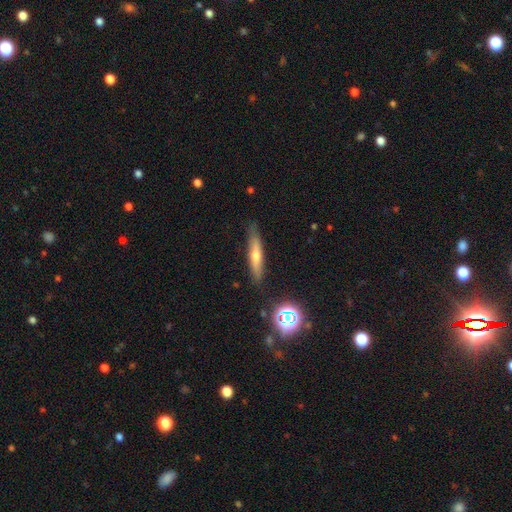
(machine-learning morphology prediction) Q: Smooth or featured?
A: featured or disk (46%); runner-up: smooth (44%)
Q: Merging?
A: none (84%); runner-up: minor disturbance (12%)